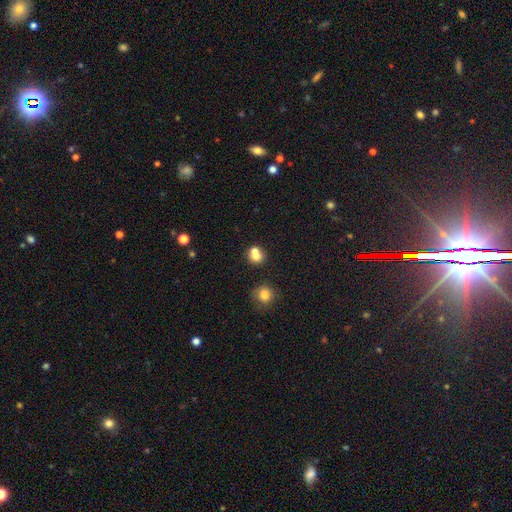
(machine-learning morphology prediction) Smooth or featured? smooth (73%)
How rounded? round (76%)
Merging? merger (48%)